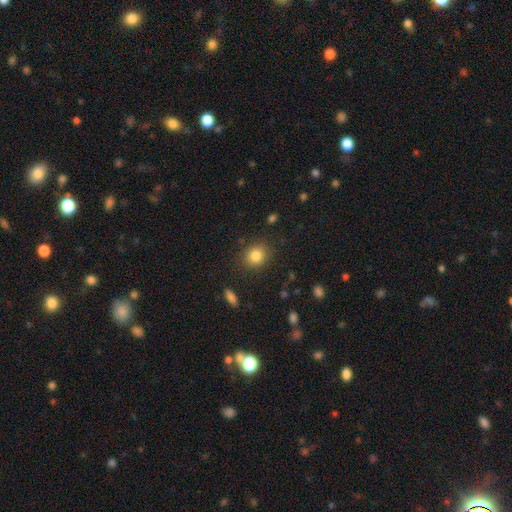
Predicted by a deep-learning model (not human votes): This appears to be a smooth galaxy with no disk features (83%) that is round (76%). Merging: none (86%).